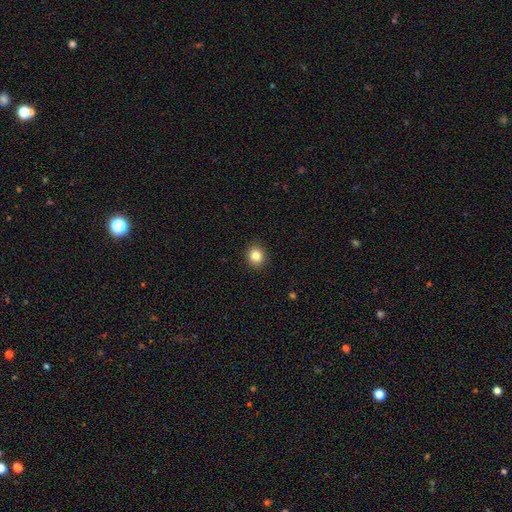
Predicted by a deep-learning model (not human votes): Overall: smooth (84%). How rounded: round (81%). Merging: none (92%).